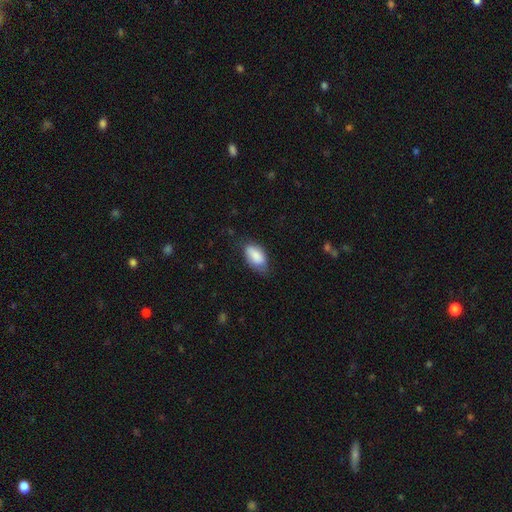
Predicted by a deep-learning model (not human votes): Morphology: type=smooth (81%); roundness=in between (93%); merging=none (58%).